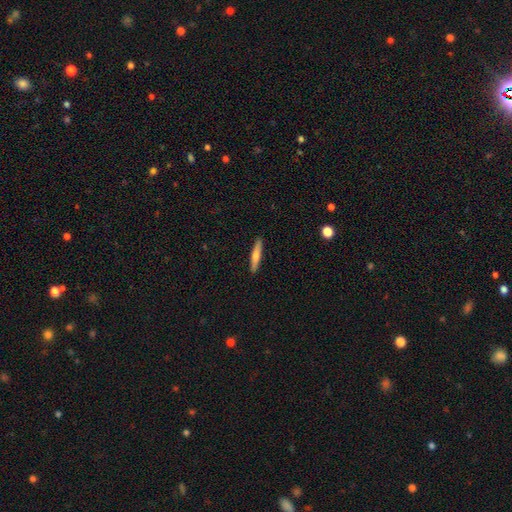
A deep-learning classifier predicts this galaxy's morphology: This appears to be a smooth galaxy with no disk features (54%) that is cigar-shaped (92%). Merging: none (91%).